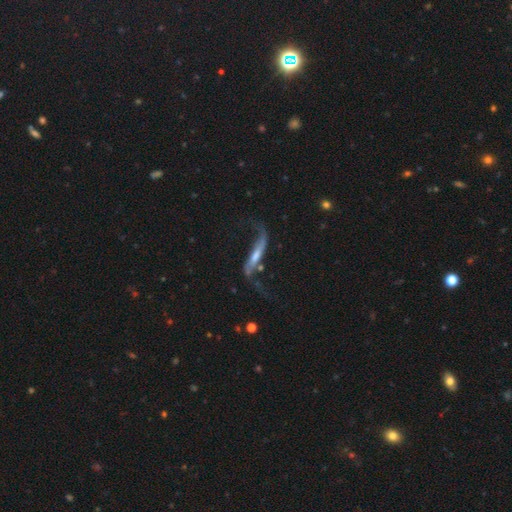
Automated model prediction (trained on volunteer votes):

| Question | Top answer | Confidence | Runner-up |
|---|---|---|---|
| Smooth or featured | featured or disk | 80% | smooth (13%) |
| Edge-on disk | no | 66% | yes (34%) |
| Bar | strong | 41% | weak (30%) |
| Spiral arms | yes | 91% | no (9%) |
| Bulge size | small | 41% | moderate (31%) |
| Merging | none | 51% | major disturbance (23%) |